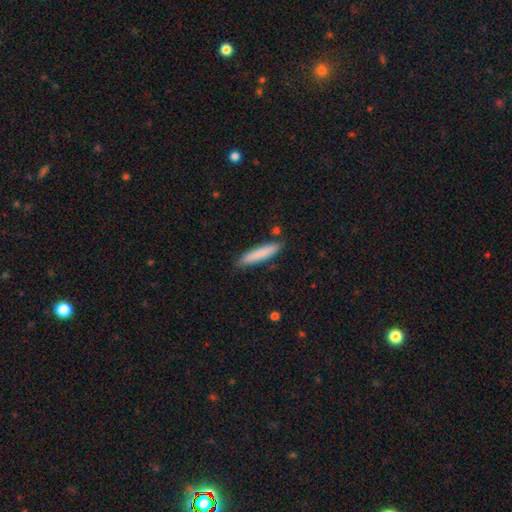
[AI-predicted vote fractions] smooth 82%, featured or disk 12%, star or artifact 6%. Down the decision tree: how rounded — cigar-shaped (91%); merging — none (86%).